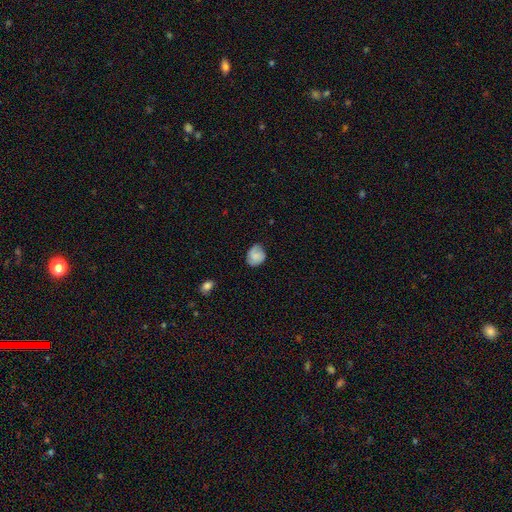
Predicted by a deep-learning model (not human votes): Smooth or featured? smooth (74%)
How rounded? round (55%)
Merging? none (67%)